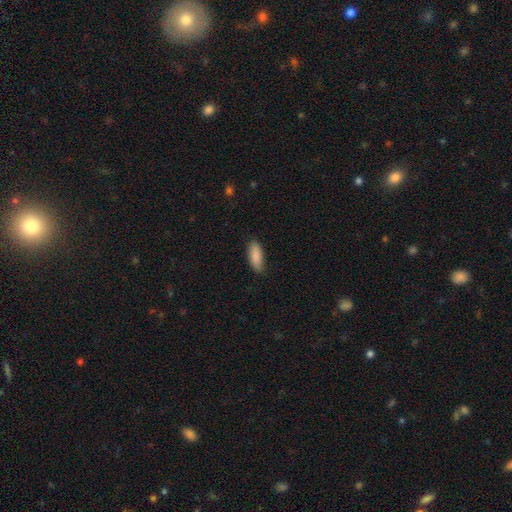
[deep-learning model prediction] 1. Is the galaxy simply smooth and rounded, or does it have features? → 89% smooth, 6% star or artifact, 5% featured or disk.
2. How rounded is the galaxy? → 68% in between, 30% cigar-shaped, 2% round.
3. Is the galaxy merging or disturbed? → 84% none, 12% minor disturbance, 2% major disturbance, 1% merger.